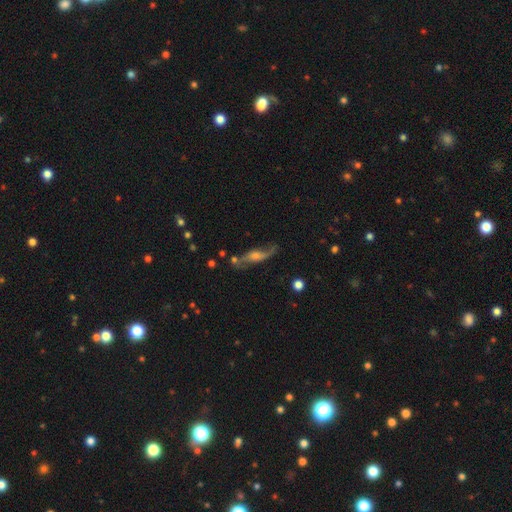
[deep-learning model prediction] Smooth or featured?
  - featured or disk: 71% *
  - smooth: 20%
  - star or artifact: 9%
Edge-on disk?
  - no: 70% *
  - yes: 30%
Merging?
  - none: 63% *
  - minor disturbance: 20%
  - major disturbance: 11%
  - merger: 6%